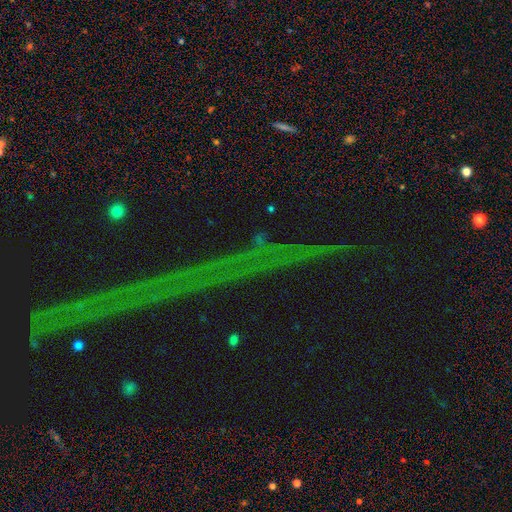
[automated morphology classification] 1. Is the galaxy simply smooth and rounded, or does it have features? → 85% star or artifact, 8% featured or disk, 7% smooth.